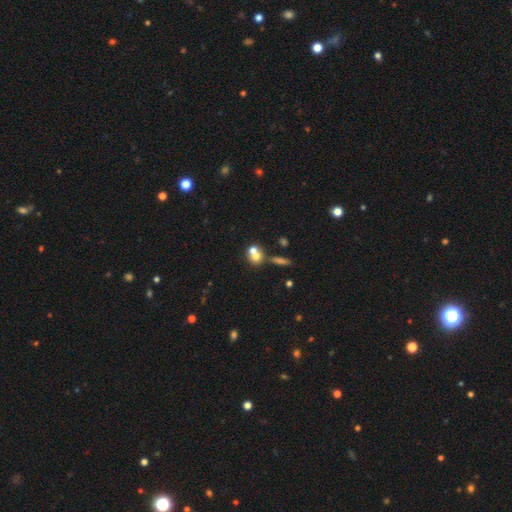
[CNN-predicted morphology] smooth_or_featured: smooth (p=0.66) [alt: featured or disk p=0.20]
how_rounded: round (p=0.66) [alt: in between p=0.31]
merging: merger (p=0.54) [alt: none p=0.34]